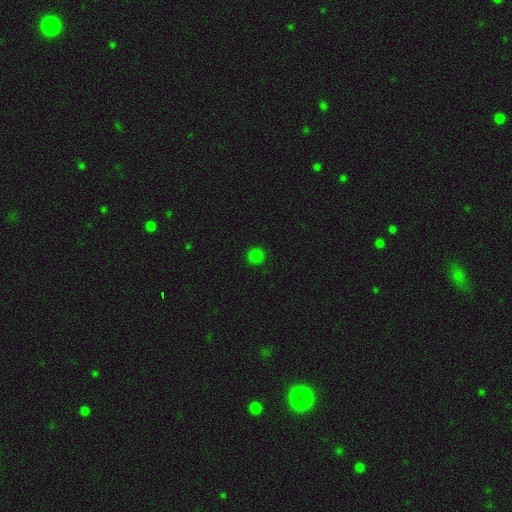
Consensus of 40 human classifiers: Morphology: type=smooth (90%); roundness=round (89%); merging=none (87%).